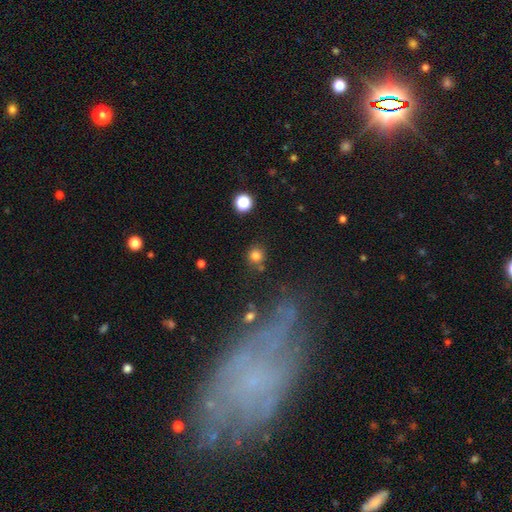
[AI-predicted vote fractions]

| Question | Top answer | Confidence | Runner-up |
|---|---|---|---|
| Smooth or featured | smooth | 80% | star or artifact (14%) |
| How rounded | round | 90% | in between (9%) |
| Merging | none | 77% | minor disturbance (11%) |